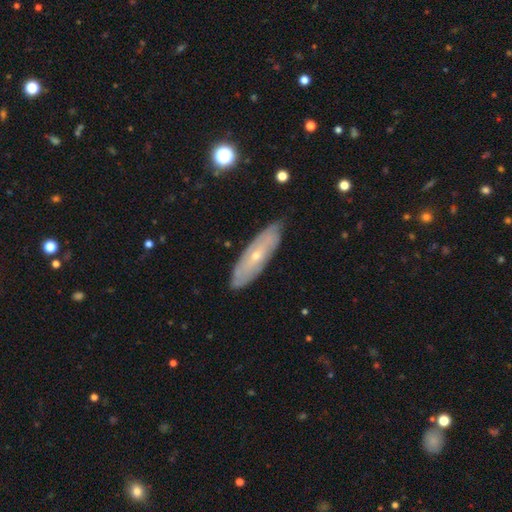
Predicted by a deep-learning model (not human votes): Smooth or featured? featured or disk (63%)
Edge-on disk? no (70%)
Merging? none (81%)